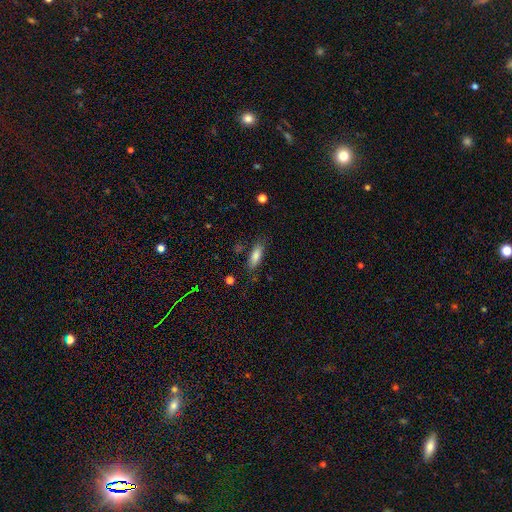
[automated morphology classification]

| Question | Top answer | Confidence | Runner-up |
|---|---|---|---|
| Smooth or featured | smooth | 80% | featured or disk (13%) |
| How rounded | in between | 62% | cigar-shaped (35%) |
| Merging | none | 78% | minor disturbance (16%) |